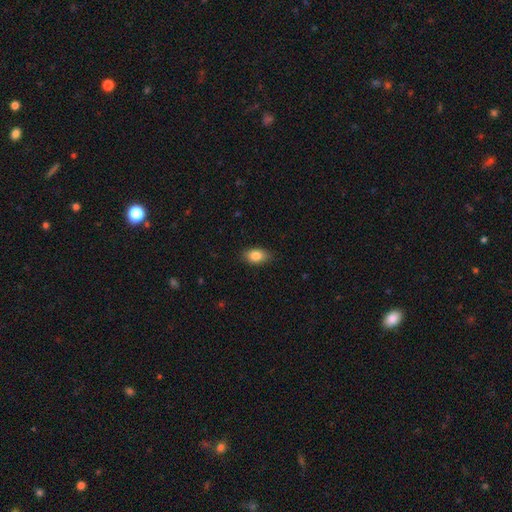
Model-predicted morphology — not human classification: This is clearly a smooth galaxy (85%). How rounded: clearly in between (88%). Merging: clearly none (85%).